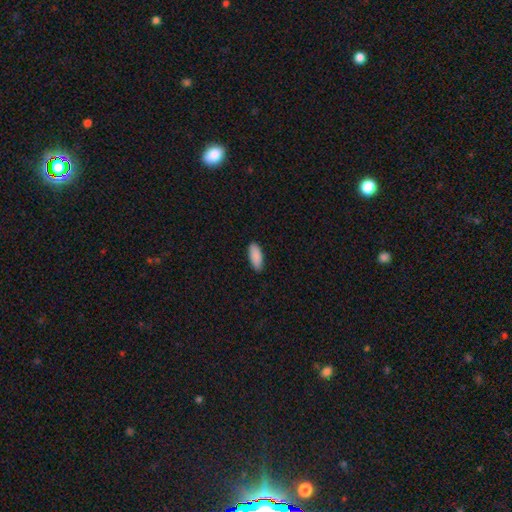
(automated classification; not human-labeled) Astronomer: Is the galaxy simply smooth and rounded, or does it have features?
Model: smooth — 90%.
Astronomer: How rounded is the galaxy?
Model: in between — 82%.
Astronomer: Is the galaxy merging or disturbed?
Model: none — 87%.